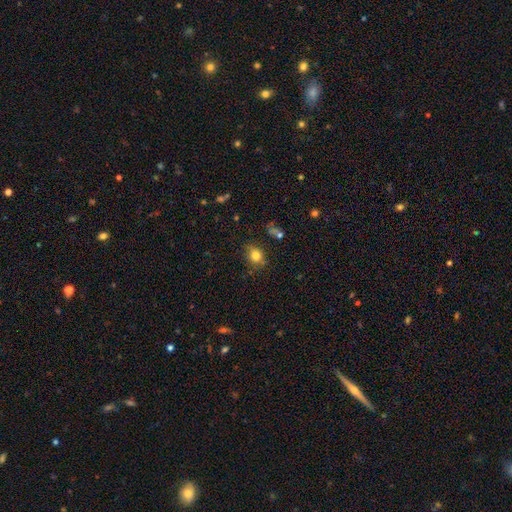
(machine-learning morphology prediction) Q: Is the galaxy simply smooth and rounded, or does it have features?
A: smooth — 79%.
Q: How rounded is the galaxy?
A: round — 55%.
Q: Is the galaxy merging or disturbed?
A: none — 75%.